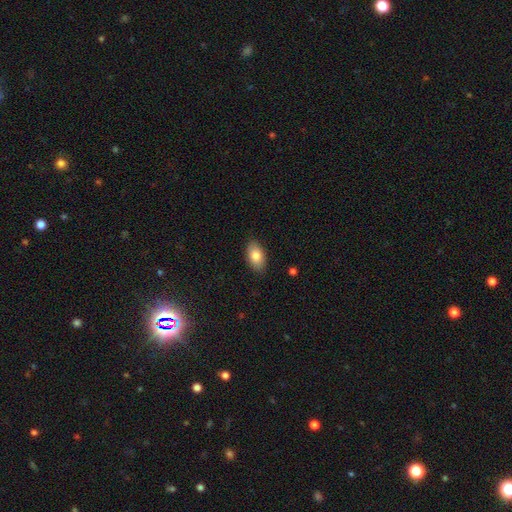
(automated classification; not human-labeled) Q: Smooth or featured?
A: smooth (82%); runner-up: featured or disk (11%)
Q: How rounded?
A: in between (93%); runner-up: round (5%)
Q: Merging?
A: none (87%); runner-up: minor disturbance (9%)